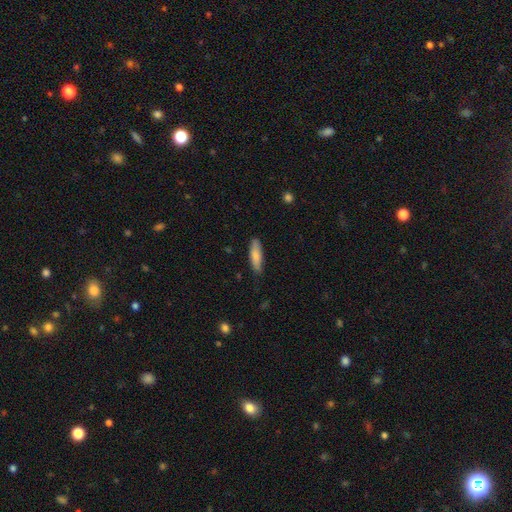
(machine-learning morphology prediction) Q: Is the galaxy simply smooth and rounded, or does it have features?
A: smooth — 80%.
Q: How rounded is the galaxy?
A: cigar-shaped — 62%.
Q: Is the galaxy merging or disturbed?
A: none — 81%.